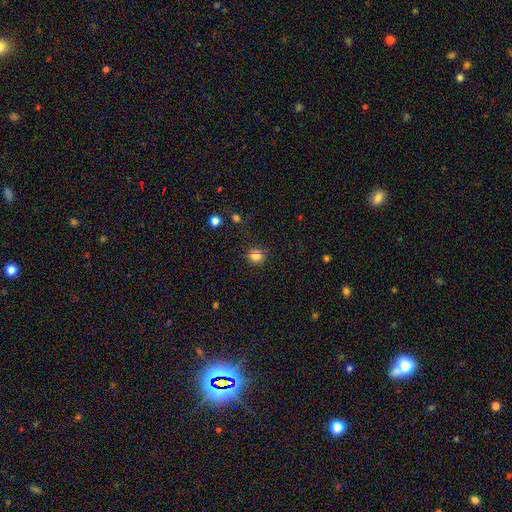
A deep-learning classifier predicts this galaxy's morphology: Smooth or featured: smooth — 80% (star or artifact — 14%)
How rounded: round — 75% (in between — 23%)
Merging: none — 79% (minor disturbance — 14%)